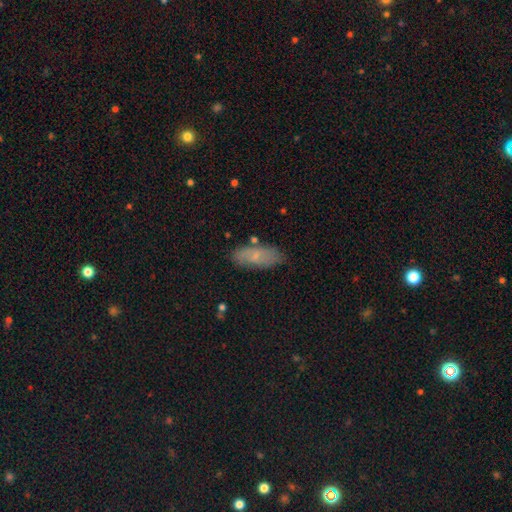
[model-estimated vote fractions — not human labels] Morphology: type=smooth (66%); roundness=in between (75%); merging=none (77%).